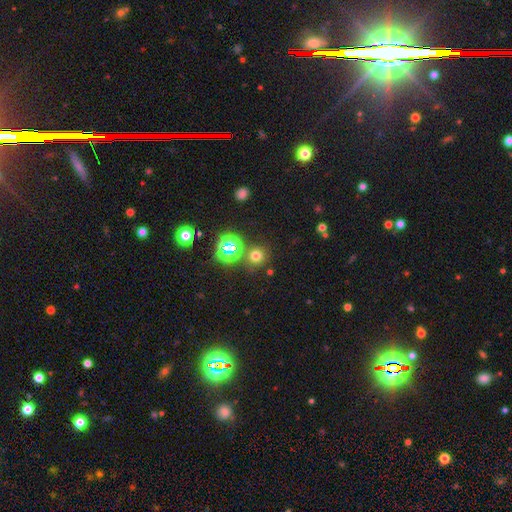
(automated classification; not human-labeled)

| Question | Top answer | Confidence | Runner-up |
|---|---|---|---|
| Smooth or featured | smooth | 64% | star or artifact (29%) |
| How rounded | round | 91% | in between (8%) |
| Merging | none | 82% | merger (8%) |